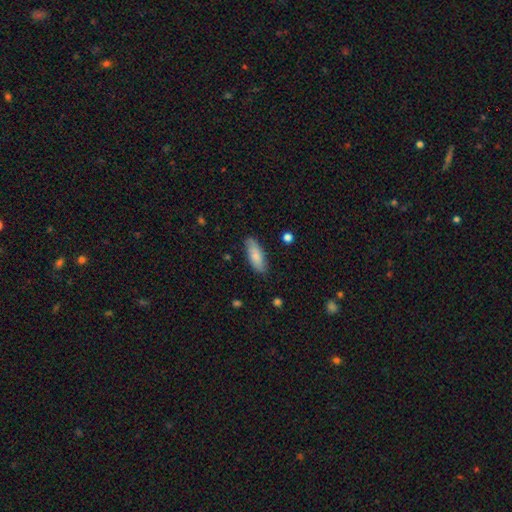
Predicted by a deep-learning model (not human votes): Smooth or featured: smooth — 81% (featured or disk — 13%)
How rounded: in between — 73% (cigar-shaped — 25%)
Merging: none — 83% (minor disturbance — 14%)